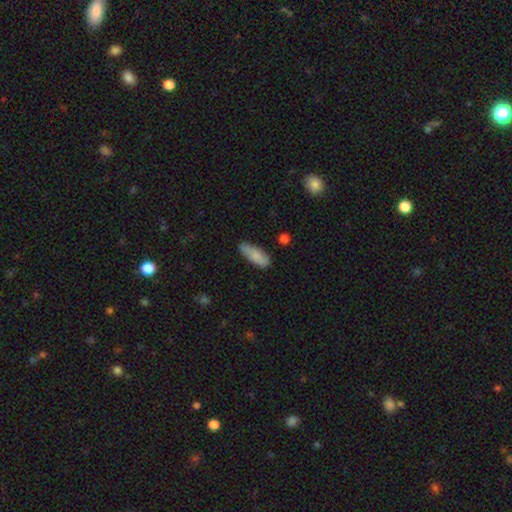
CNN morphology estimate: Overall: smooth (82%). How rounded: in between (67%; cigar-shaped 31%). Merging: none (73%).